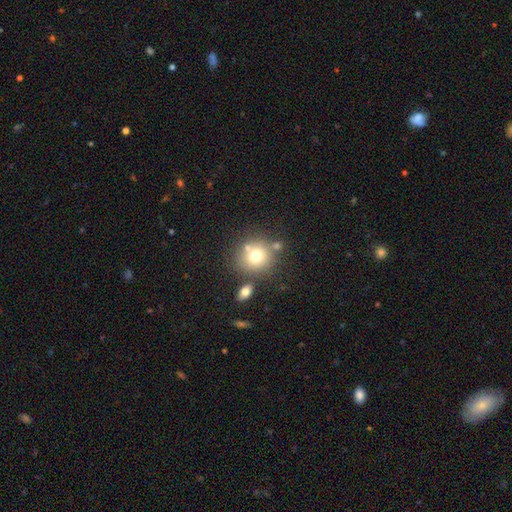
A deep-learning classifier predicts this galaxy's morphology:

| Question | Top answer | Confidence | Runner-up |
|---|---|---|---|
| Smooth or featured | smooth | 71% | featured or disk (17%) |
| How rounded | round | 87% | in between (12%) |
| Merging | none | 67% | merger (17%) |